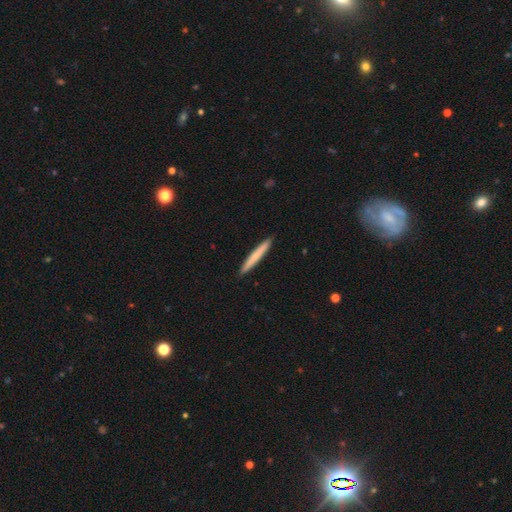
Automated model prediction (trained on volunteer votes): A smooth galaxy with no disk features (67%) that is cigar-shaped (96%).

Vote fractions:
- Smooth or featured? smooth: 67% / featured or disk: 28% / star or artifact: 5%
- How rounded? cigar-shaped: 96% / in between: 3% / round: 1%
- Merging? none: 93% / minor disturbance: 5% / major disturbance: 1% / merger: 1%